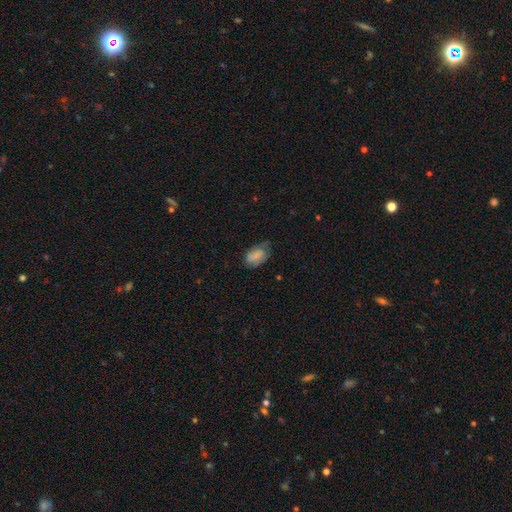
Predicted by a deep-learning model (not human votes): Smooth or featured?
  - smooth: 74% *
  - featured or disk: 18%
  - star or artifact: 8%
How rounded?
  - in between: 91% *
  - round: 8%
  - cigar-shaped: 2%
Merging?
  - none: 46% *
  - minor disturbance: 38%
  - major disturbance: 14%
  - merger: 2%